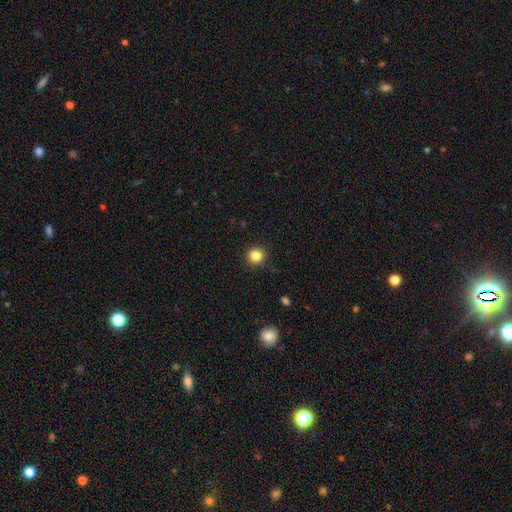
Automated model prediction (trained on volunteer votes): A smooth galaxy with no disk features (85%) that is round (92%). Merging: none (91%).